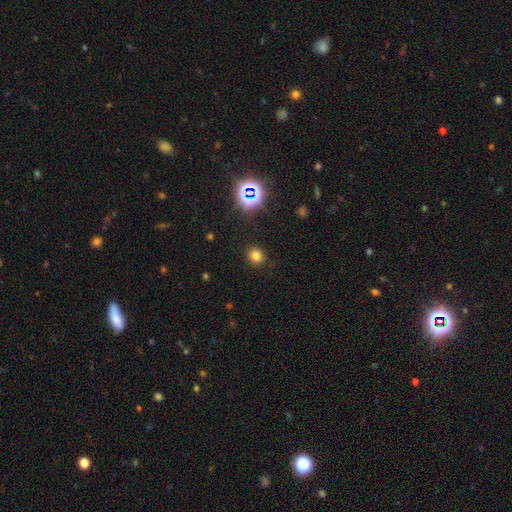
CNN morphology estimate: A smooth galaxy with no disk features (75%) that is round (76%).

Vote fractions:
- Smooth or featured? smooth: 75% / star or artifact: 19% / featured or disk: 6%
- How rounded? round: 76% / in between: 23% / cigar-shaped: 1%
- Merging? none: 89% / minor disturbance: 7% / major disturbance: 3% / merger: 1%